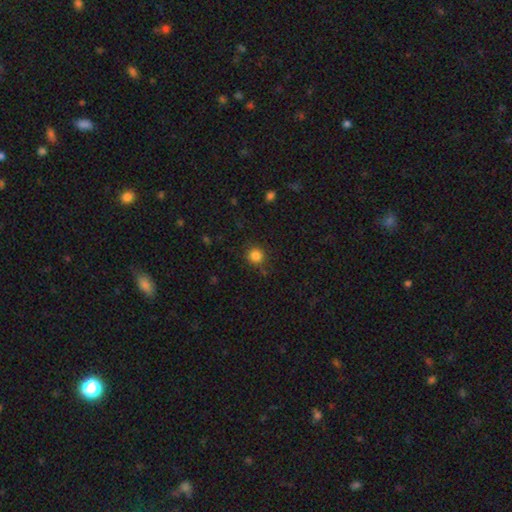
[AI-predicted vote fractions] Smooth or featured? smooth (84%)
How rounded? round (91%)
Merging? none (84%)